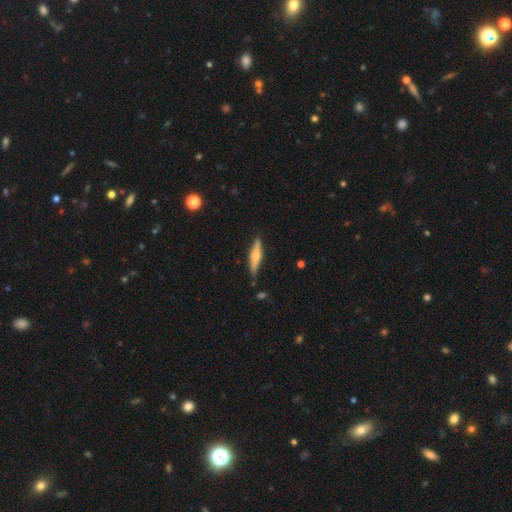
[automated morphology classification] Smooth or featured? Predicted: featured or disk (p=0.55). Edge-on disk? Predicted: yes (p=0.96). Edge-on bulge? Predicted: rounded (p=0.86). Merging? Predicted: none (p=0.85).